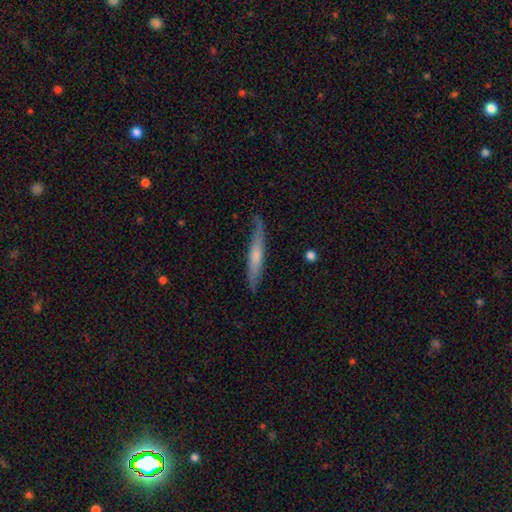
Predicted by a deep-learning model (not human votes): A featured or disk galaxy (48%).

Vote fractions:
- Smooth or featured? featured or disk: 48% / smooth: 46% / star or artifact: 5%
- Merging? none: 78% / minor disturbance: 17% / major disturbance: 3% / merger: 2%